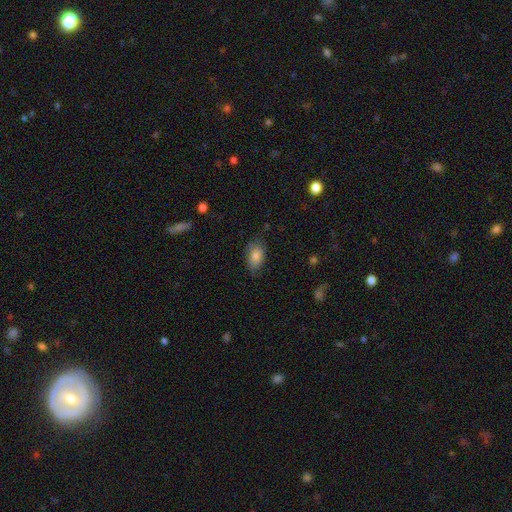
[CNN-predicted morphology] Overall: smooth (82%). How rounded: in between (90%). Merging: none (70%).